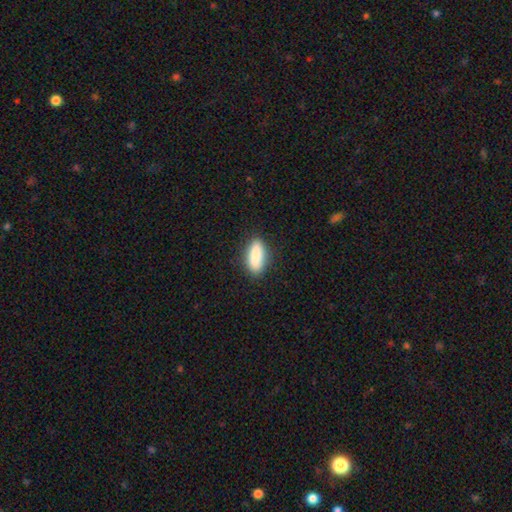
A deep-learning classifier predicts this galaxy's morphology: Smooth or featured: smooth — 86% (featured or disk — 8%)
How rounded: in between — 66% (cigar-shaped — 31%)
Merging: none — 85% (minor disturbance — 11%)